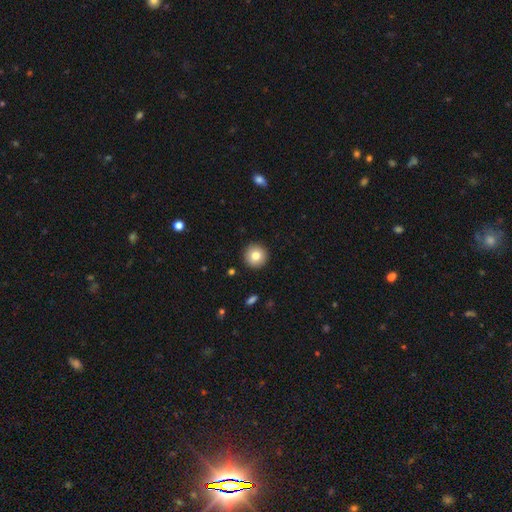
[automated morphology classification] Q: Smooth or featured?
A: smooth (80%); runner-up: featured or disk (11%)
Q: How rounded?
A: round (96%); runner-up: in between (3%)
Q: Merging?
A: none (92%); runner-up: minor disturbance (5%)